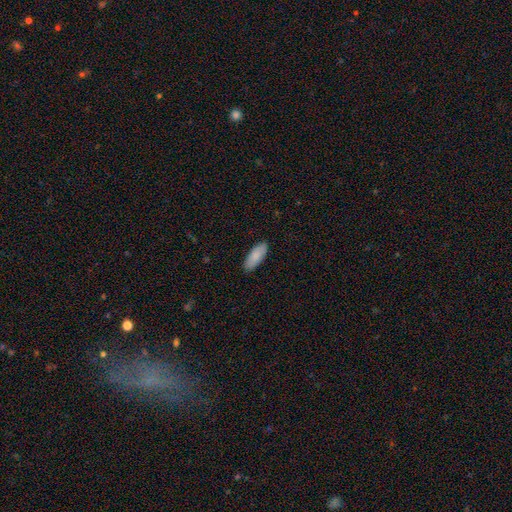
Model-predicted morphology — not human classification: smooth 88%, featured or disk 7%, star or artifact 6%. Down the decision tree: how rounded — in between (77%); merging — none (88%).